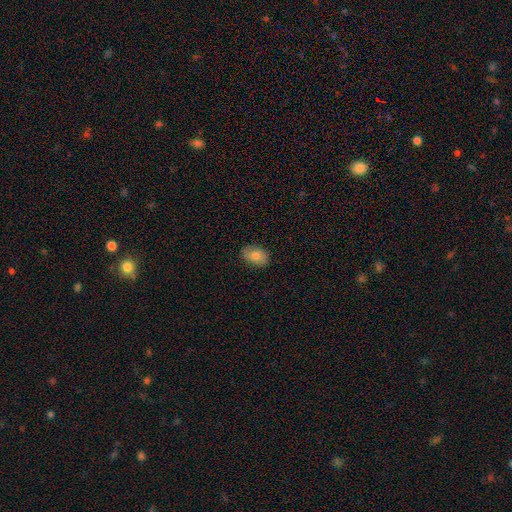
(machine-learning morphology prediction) Smooth or featured?
  - smooth: 78% *
  - featured or disk: 14%
  - star or artifact: 8%
How rounded?
  - in between: 86% *
  - round: 13%
  - cigar-shaped: 1%
Merging?
  - none: 85% *
  - minor disturbance: 12%
  - major disturbance: 2%
  - merger: 1%